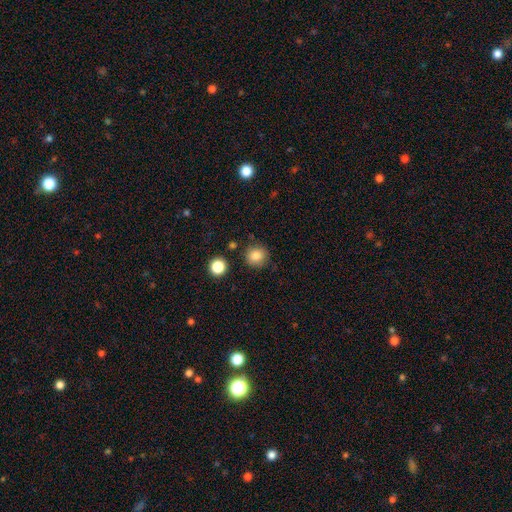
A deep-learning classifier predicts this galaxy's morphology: Smooth or featured: smooth — 84% (star or artifact — 11%)
How rounded: round — 91% (in between — 8%)
Merging: none — 86% (minor disturbance — 9%)